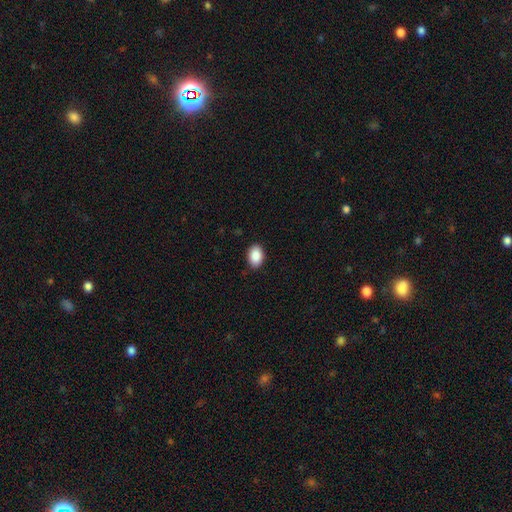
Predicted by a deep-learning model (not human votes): Smooth or featured? Predicted: smooth (p=0.89). How rounded? Predicted: in between (p=0.84). Merging? Predicted: none (p=0.88).